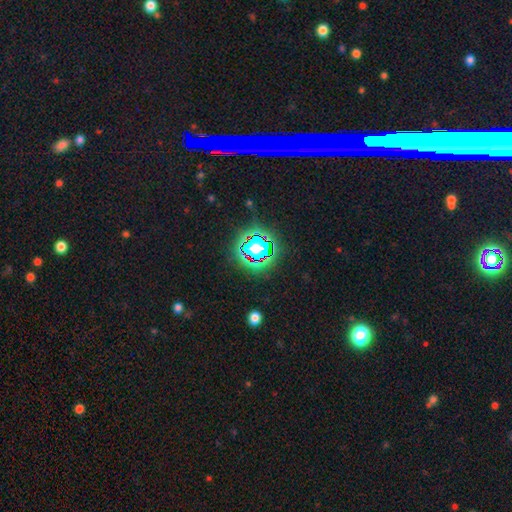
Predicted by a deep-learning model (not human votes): Overall: star or artifact (74%).